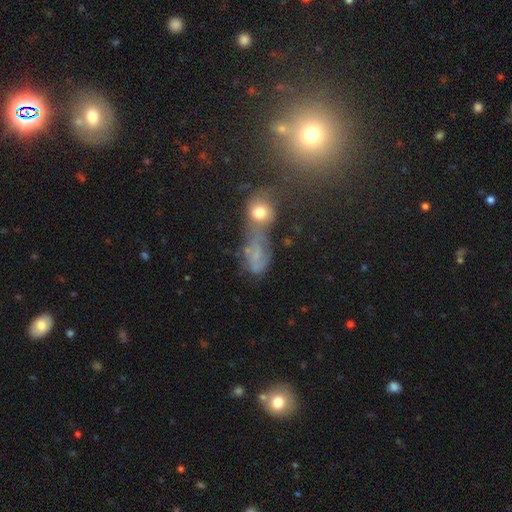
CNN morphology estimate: Smooth or featured? smooth (39%)
Merging? merger (38%)